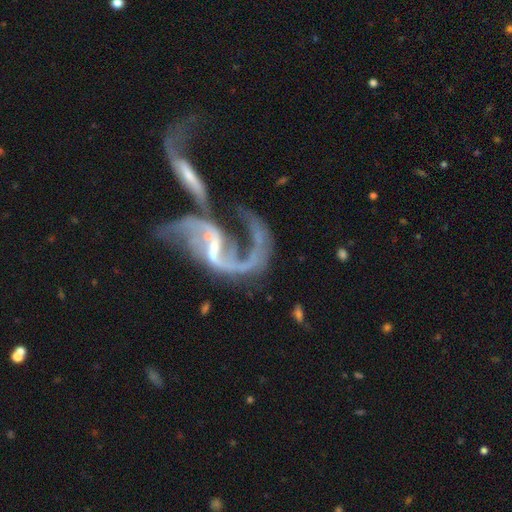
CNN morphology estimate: Smooth or featured?
  - featured or disk: 88% *
  - star or artifact: 7%
  - smooth: 5%
Edge-on disk?
  - no: 96% *
  - yes: 4%
Bar?
  - weak: 44% *
  - strong: 29%
  - no: 28%
Spiral arms?
  - yes: 91% *
  - no: 9%
Spiral winding?
  - loose: 68% *
  - medium: 25%
  - tight: 7%
Spiral arm count?
  - 2: 76% *
  - 1: 11%
  - can't tell: 6%
  - 3: 3%
  - 4: 2%
  - more than 4: 2%
Bulge size?
  - small: 54% *
  - moderate: 24%
  - none: 18%
  - large: 2%
  - dominant: 1%
Merging?
  - merger: 60% *
  - major disturbance: 18%
  - none: 14%
  - minor disturbance: 8%